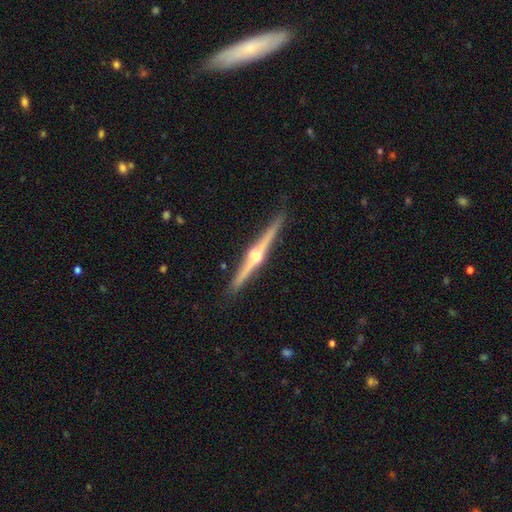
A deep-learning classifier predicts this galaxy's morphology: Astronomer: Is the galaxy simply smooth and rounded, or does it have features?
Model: featured or disk — 84%.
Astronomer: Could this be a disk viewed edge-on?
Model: yes — 98%.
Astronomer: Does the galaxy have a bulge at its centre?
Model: rounded — 96%.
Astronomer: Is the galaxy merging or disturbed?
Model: none — 91%.